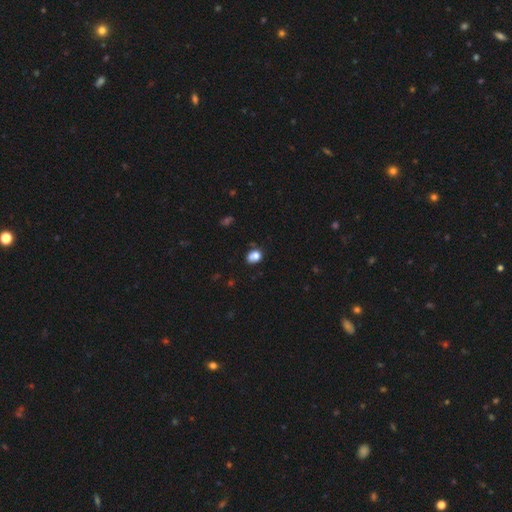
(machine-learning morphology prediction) Smooth or featured? smooth (81%)
How rounded? in between (61%)
Merging? none (64%)